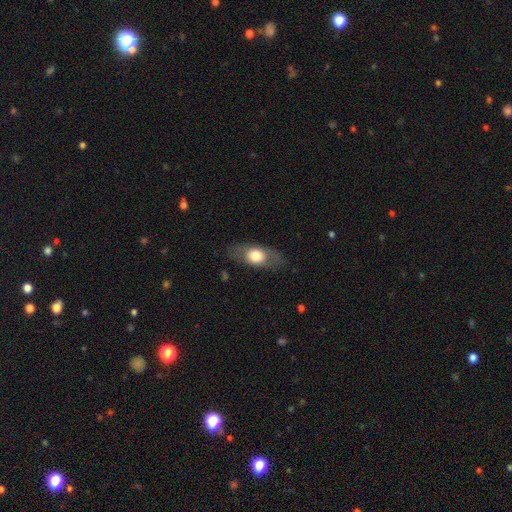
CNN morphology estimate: Q: Smooth or featured?
A: smooth (58%); runner-up: featured or disk (36%)
Q: How rounded?
A: in between (78%); runner-up: round (15%)
Q: Merging?
A: none (80%); runner-up: minor disturbance (13%)